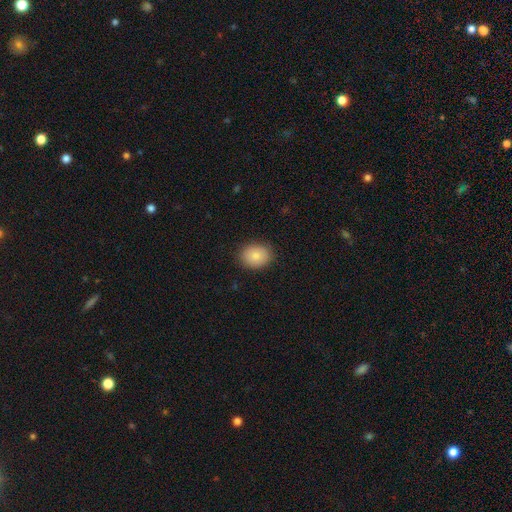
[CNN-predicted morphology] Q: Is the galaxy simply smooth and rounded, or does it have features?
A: smooth — 85%.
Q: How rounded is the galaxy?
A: in between — 51%.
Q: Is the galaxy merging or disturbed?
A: none — 87%.